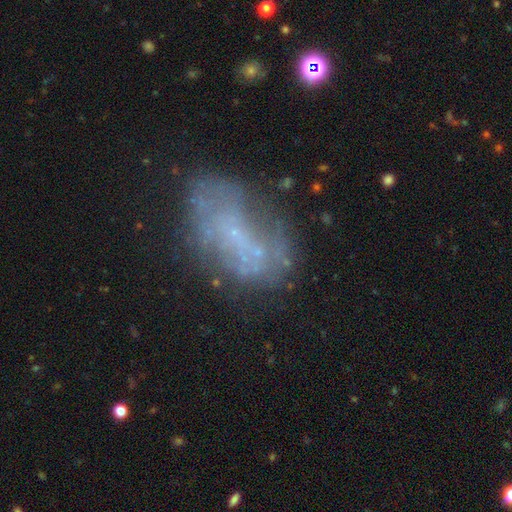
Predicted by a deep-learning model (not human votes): featured or disk 53%, smooth 29%, star or artifact 18%. Down the decision tree: edge-on disk — no (96%); bar — no (83%); spiral arms — no (77%); bulge size — none (46%); merging — none (42%).